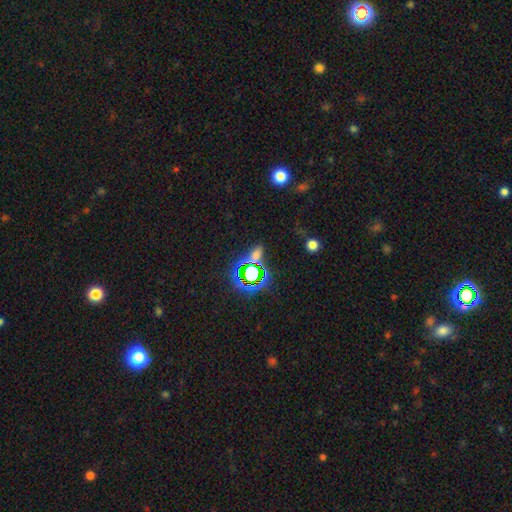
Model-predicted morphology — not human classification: This is possibly a star or artifact rather than a galaxy (52%).